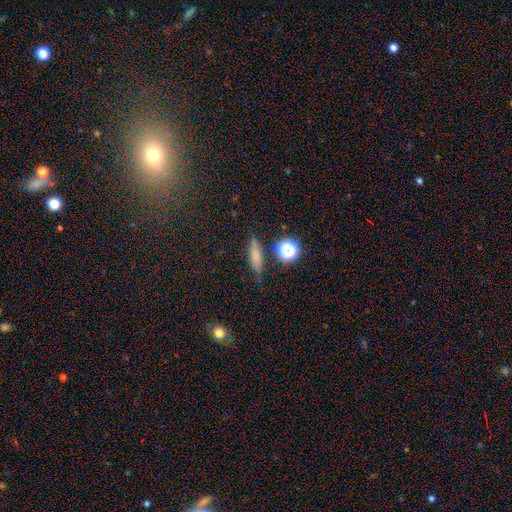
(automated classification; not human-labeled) This is likely a smooth galaxy (67%). How rounded: likely cigar-shaped (60%). Merging: likely none (77%).